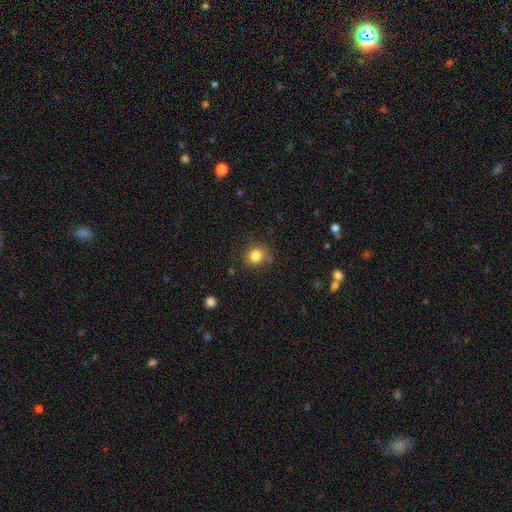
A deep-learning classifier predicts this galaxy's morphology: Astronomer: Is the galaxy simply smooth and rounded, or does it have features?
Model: smooth — 83%.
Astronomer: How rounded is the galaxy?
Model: round — 82%.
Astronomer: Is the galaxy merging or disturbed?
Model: none — 77%.